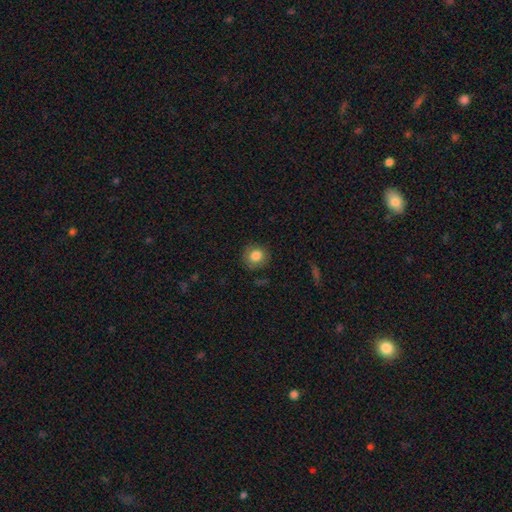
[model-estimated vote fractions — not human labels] smooth-or-featured: smooth: 82% | star or artifact: 9% | featured or disk: 9%
  how-rounded: round: 88% | in between: 11% | cigar-shaped: 1%
  merging: none: 83% | minor disturbance: 12% | major disturbance: 3% | merger: 1%